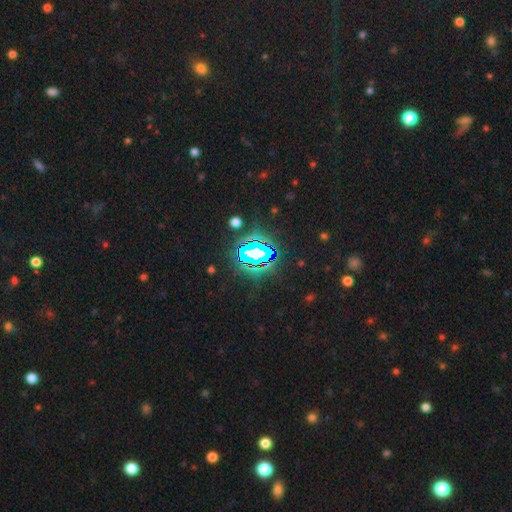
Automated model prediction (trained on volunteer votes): Smooth or featured: star or artifact — 73% (smooth — 15%)